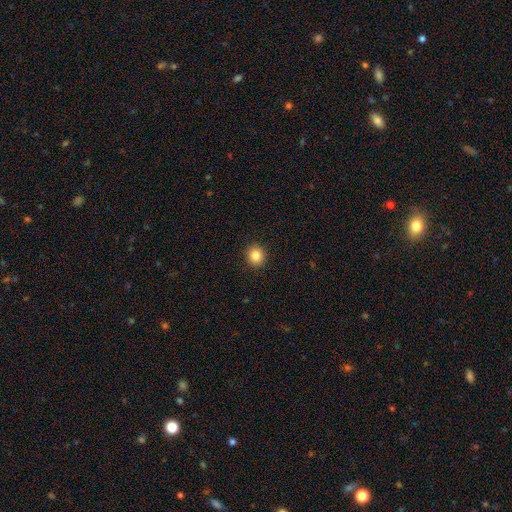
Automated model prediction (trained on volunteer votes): smooth_or_featured: smooth (p=0.84) [alt: star or artifact p=0.10]
how_rounded: round (p=0.89) [alt: in between p=0.10]
merging: none (p=0.92) [alt: minor disturbance p=0.05]